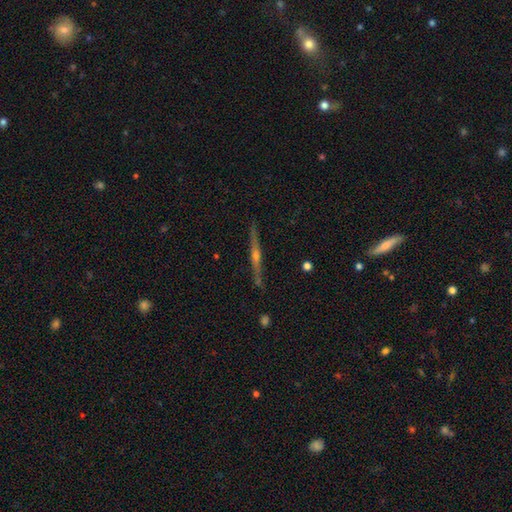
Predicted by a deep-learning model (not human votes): This is clearly a featured or disk galaxy (81%). It is clearly viewed edge-on (98%). Edge-on bulge: clearly rounded (87%). Merging: clearly none (89%).